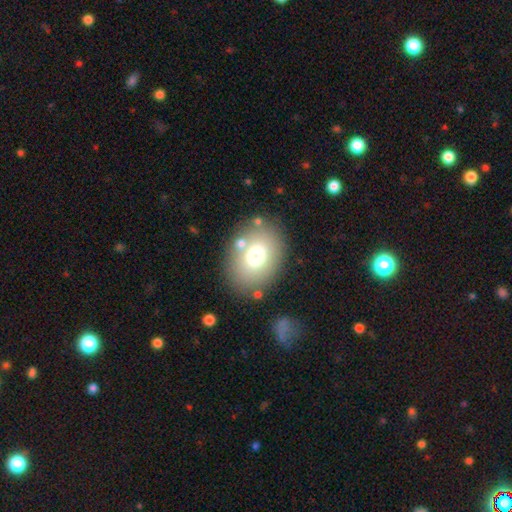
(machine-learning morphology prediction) Overall: smooth (72%). How rounded: in between (68%; round 31%). Merging: none (79%).